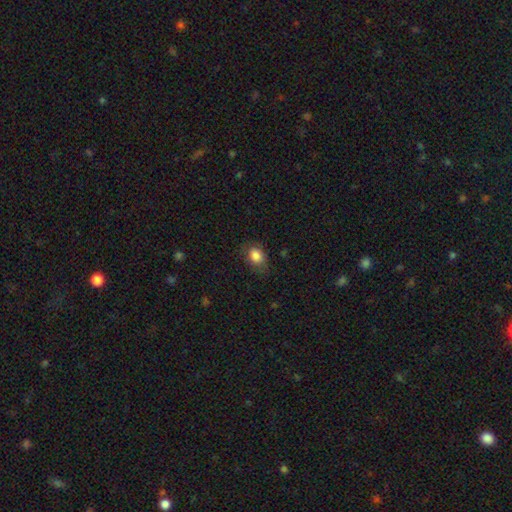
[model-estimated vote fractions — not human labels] Q: Smooth or featured?
A: smooth (84%); runner-up: star or artifact (9%)
Q: How rounded?
A: in between (62%); runner-up: round (37%)
Q: Merging?
A: none (73%); runner-up: minor disturbance (20%)